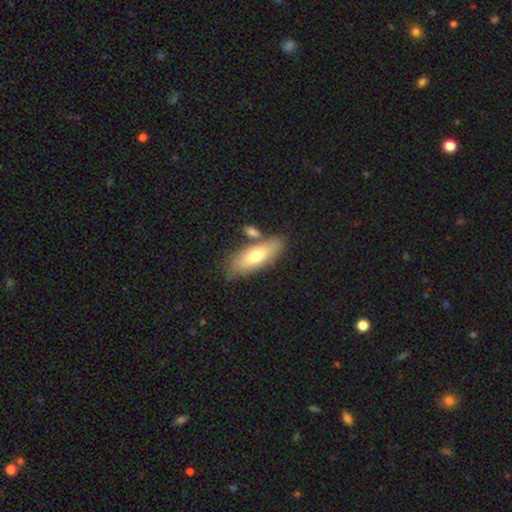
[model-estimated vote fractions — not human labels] This is likely a smooth galaxy (68%). How rounded: likely in between (61%). Merging: likely none (68%).